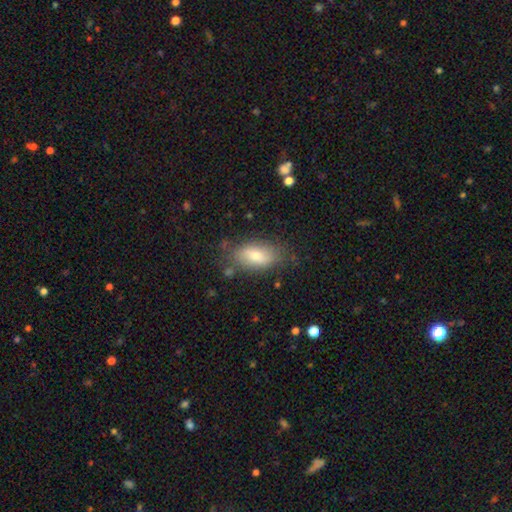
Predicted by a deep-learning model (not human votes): smooth 75%, featured or disk 18%, star or artifact 7%. Down the decision tree: how rounded — in between (90%); merging — none (72%).